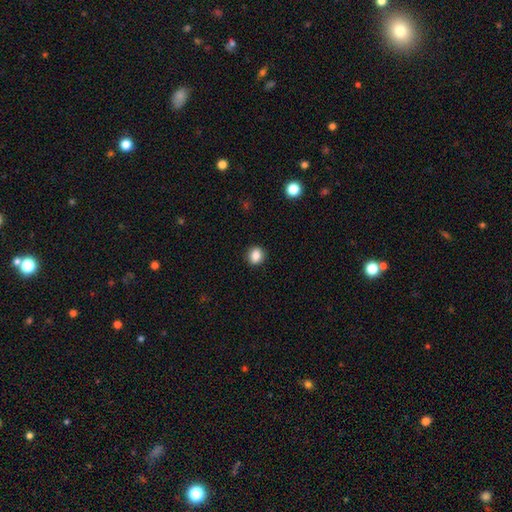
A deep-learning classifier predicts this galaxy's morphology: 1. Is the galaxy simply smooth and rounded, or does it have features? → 86% smooth, 9% star or artifact, 5% featured or disk.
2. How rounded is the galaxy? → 74% round, 25% in between, 1% cigar-shaped.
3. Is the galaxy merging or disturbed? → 91% none, 6% minor disturbance, 2% major disturbance, 1% merger.